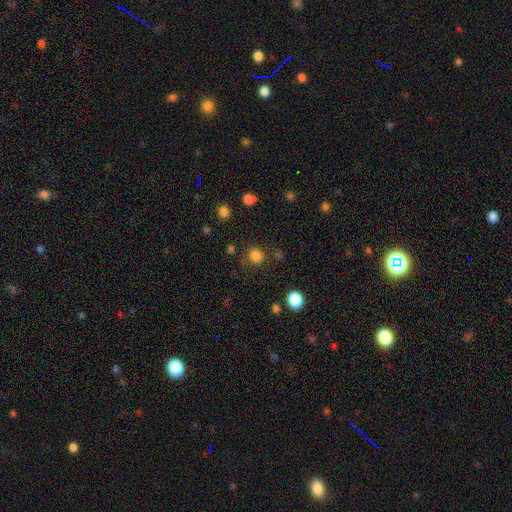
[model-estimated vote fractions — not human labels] Smooth or featured? smooth (81%)
How rounded? round (91%)
Merging? none (83%)